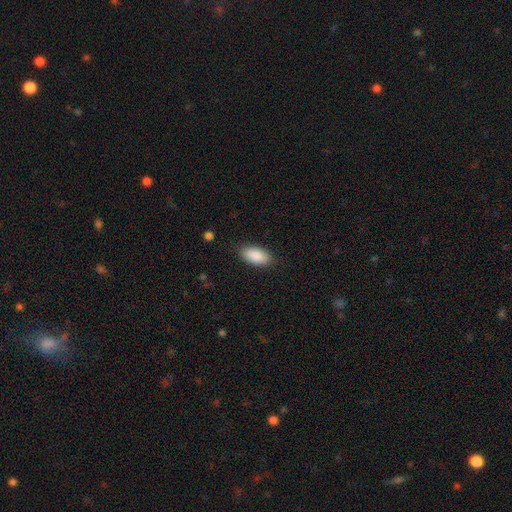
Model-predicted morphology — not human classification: This appears to be a smooth galaxy with no disk features (89%) that is in between round and cigar-shaped (92%). Merging: none (86%).